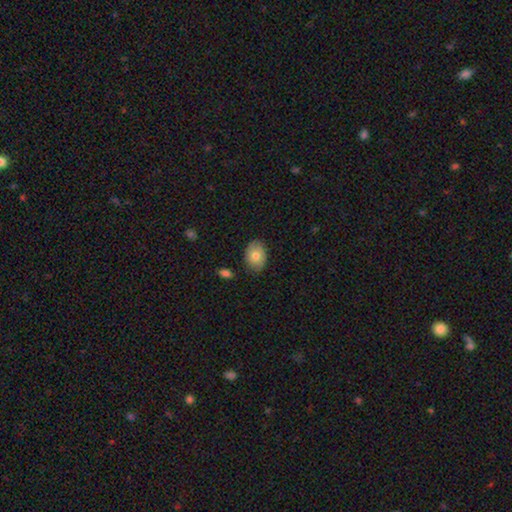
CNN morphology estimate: Smooth or featured? Predicted: smooth (p=0.74). How rounded? Predicted: in between (p=0.75). Merging? Predicted: none (p=0.79).